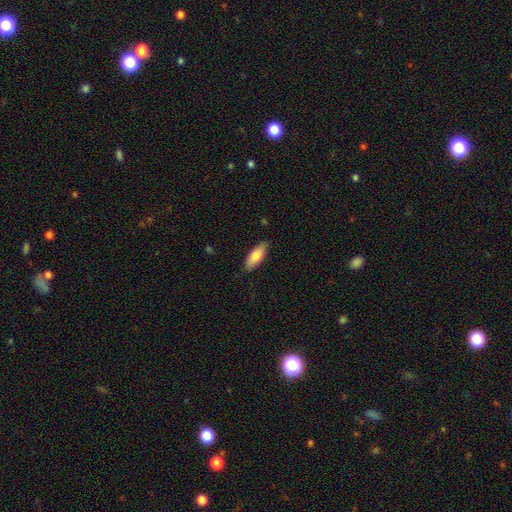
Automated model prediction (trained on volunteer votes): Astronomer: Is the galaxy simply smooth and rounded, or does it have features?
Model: smooth — 78%.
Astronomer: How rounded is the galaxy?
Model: in between — 67%.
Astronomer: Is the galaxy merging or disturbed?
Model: none — 86%.